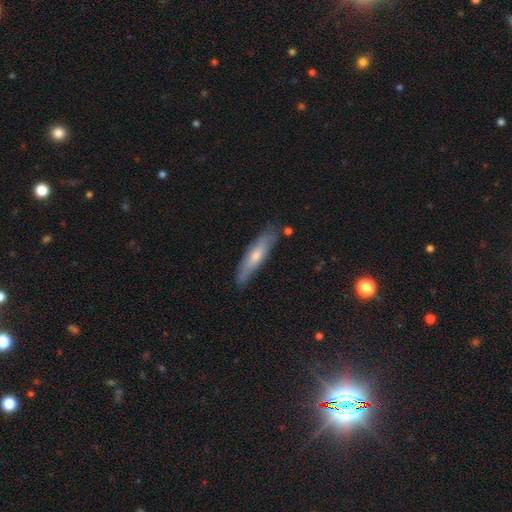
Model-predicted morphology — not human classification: Smooth or featured: smooth — 51% (featured or disk — 42%)
How rounded: cigar-shaped — 77% (in between — 21%)
Merging: none — 78% (minor disturbance — 17%)